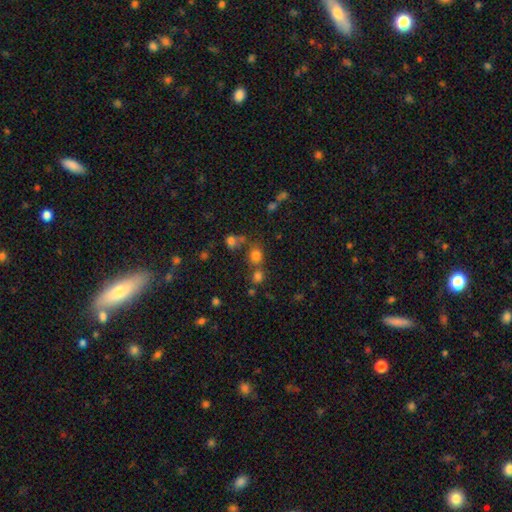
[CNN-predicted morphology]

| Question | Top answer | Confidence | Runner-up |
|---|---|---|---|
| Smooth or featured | smooth | 73% | star or artifact (19%) |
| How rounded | round | 78% | in between (21%) |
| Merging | none | 61% | merger (25%) |